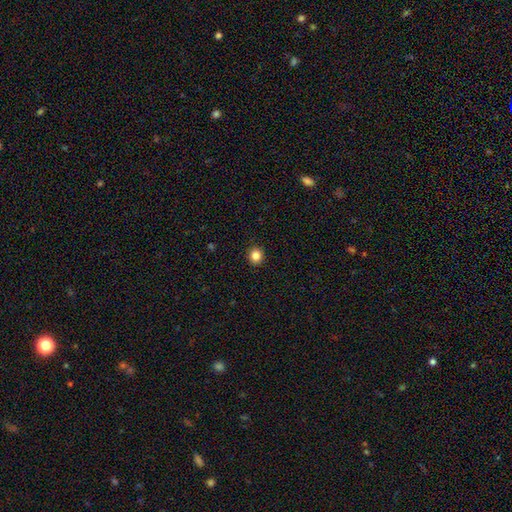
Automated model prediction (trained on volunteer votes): Smooth or featured?
  - smooth: 84% *
  - star or artifact: 11%
  - featured or disk: 5%
How rounded?
  - round: 87% *
  - in between: 12%
  - cigar-shaped: 1%
Merging?
  - none: 92% *
  - minor disturbance: 5%
  - major disturbance: 2%
  - merger: 1%